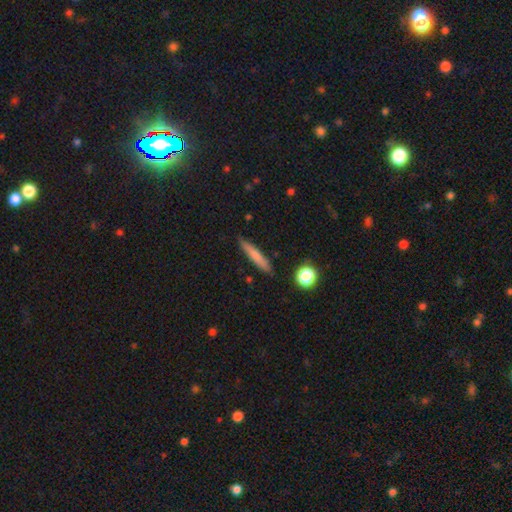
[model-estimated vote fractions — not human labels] Smooth or featured? smooth (71%)
How rounded? cigar-shaped (92%)
Merging? none (87%)